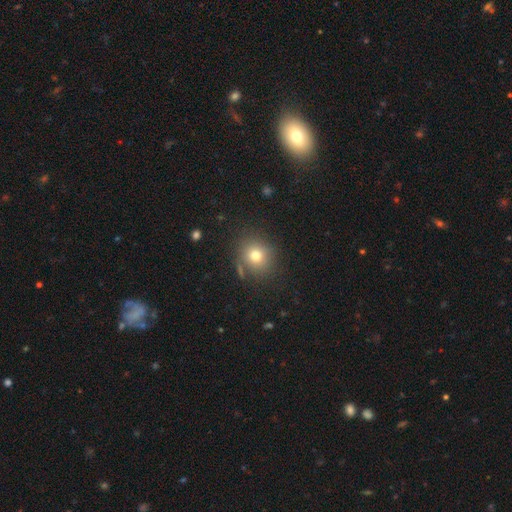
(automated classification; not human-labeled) This appears to be a smooth galaxy with no disk features (75%) that is round (84%). Merging: none (81%).